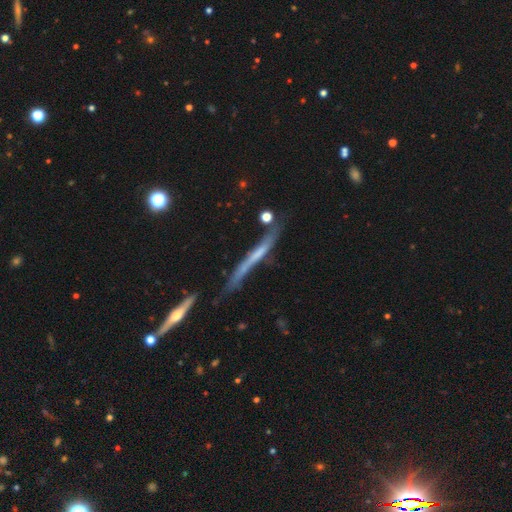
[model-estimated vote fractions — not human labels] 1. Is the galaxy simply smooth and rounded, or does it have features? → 61% featured or disk, 31% smooth, 8% star or artifact.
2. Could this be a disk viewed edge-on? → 87% yes, 13% no.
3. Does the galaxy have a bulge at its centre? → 67% none, 20% rounded, 12% boxy.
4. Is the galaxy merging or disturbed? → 55% none, 27% minor disturbance, 11% major disturbance, 8% merger.